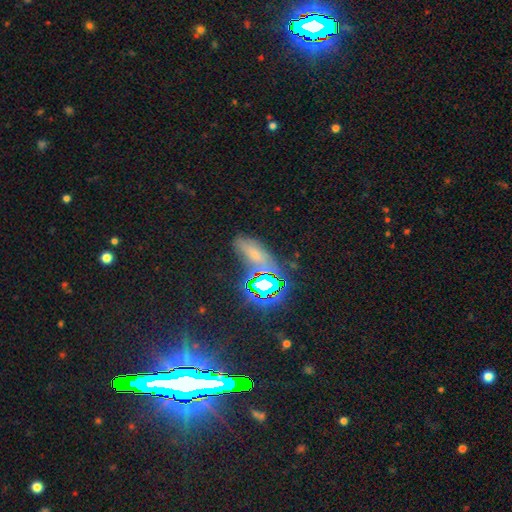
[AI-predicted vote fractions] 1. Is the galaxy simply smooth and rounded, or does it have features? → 45% star or artifact, 38% smooth, 17% featured or disk.